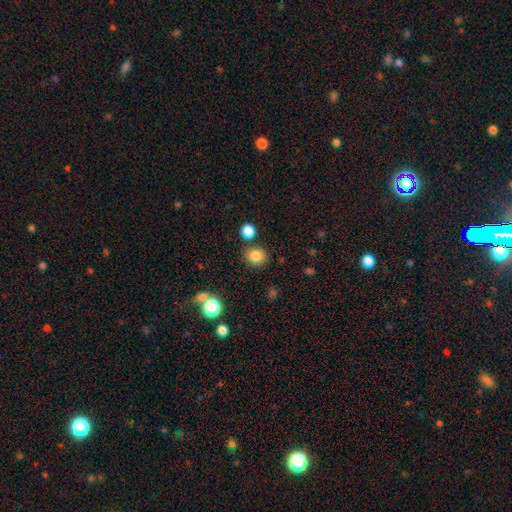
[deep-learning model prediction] This appears to be a smooth galaxy with no disk features (83%) that is round (78%). Merging: none (81%).